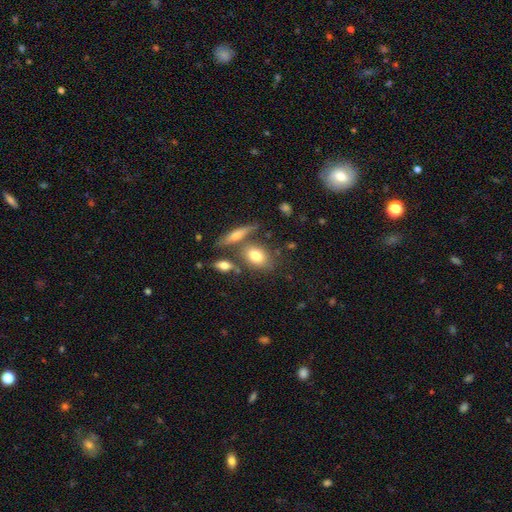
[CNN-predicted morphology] A smooth galaxy with no disk features (76%) that is in between round and cigar-shaped (68%). Merging: none (59%).